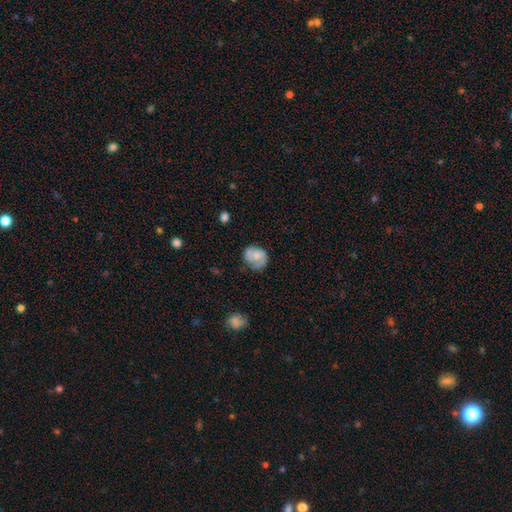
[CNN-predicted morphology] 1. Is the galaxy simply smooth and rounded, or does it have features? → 54% smooth, 38% featured or disk, 8% star or artifact.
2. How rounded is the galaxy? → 61% round, 38% in between, 1% cigar-shaped.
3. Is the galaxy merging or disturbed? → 58% none, 28% minor disturbance, 10% major disturbance, 4% merger.